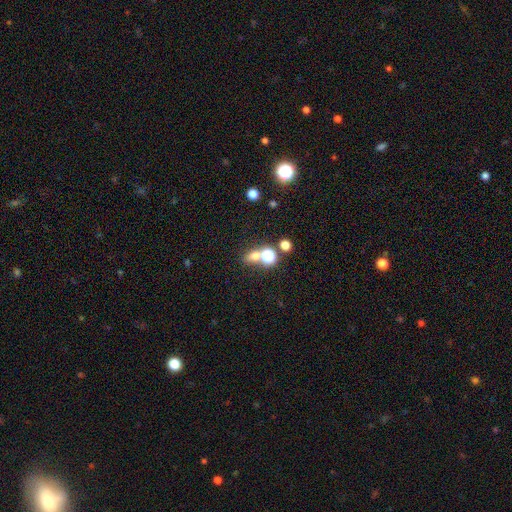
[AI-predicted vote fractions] Morphology: type=smooth (64%); roundness=round (53%); merging=none (48%).